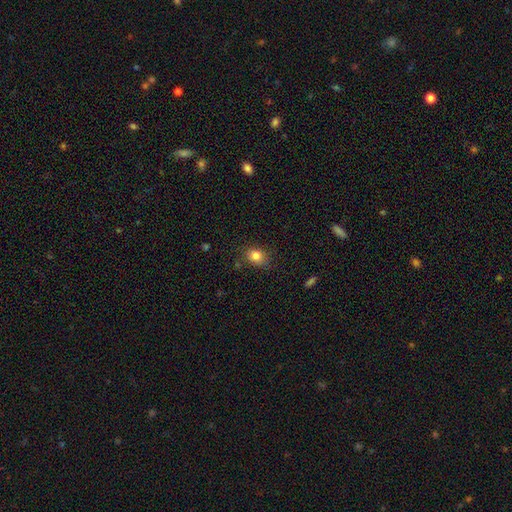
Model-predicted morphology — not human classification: smooth 82%, star or artifact 11%, featured or disk 7%. Down the decision tree: how rounded — in between (54%); merging — none (81%).